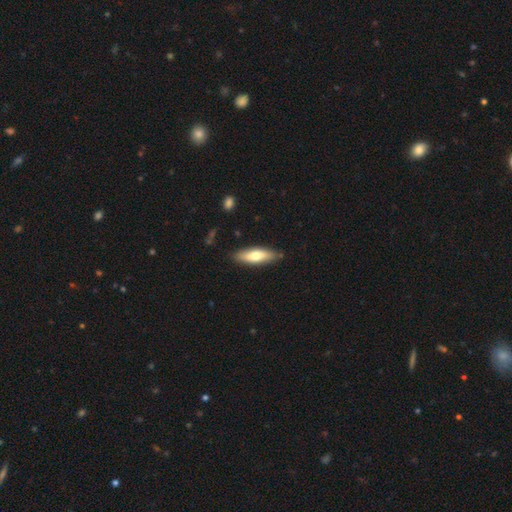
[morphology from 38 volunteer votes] Smooth or featured? 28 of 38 (74%) said smooth. How rounded? 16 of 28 (57%) said in between. Merging? 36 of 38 (95%) said none.